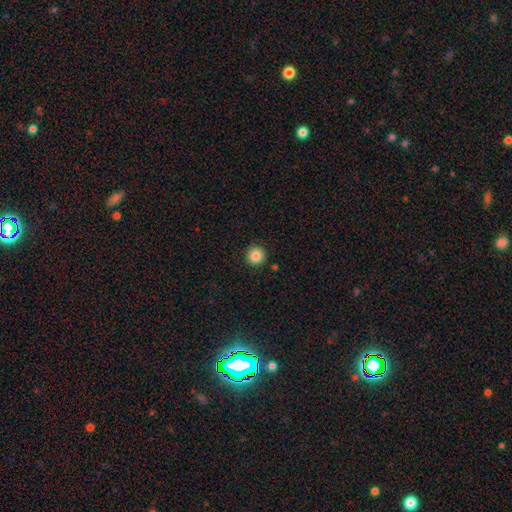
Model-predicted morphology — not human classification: smooth-or-featured: smooth: 86% | star or artifact: 10% | featured or disk: 4%
  how-rounded: round: 95% | in between: 4% | cigar-shaped: 1%
  merging: none: 92% | minor disturbance: 5% | major disturbance: 2% | merger: 1%